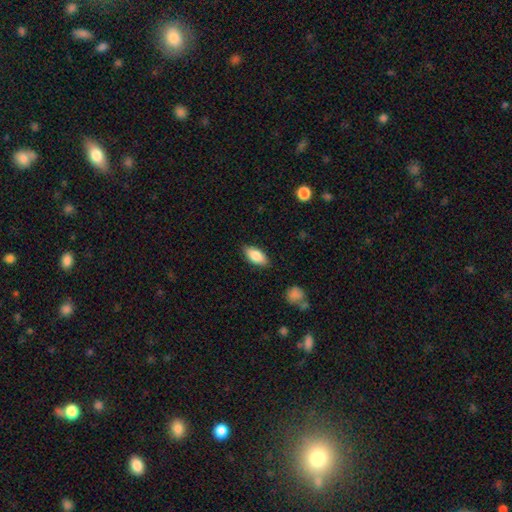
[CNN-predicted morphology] This appears to be a smooth galaxy with no disk features (83%) that is in between round and cigar-shaped (87%). Merging: none (84%).